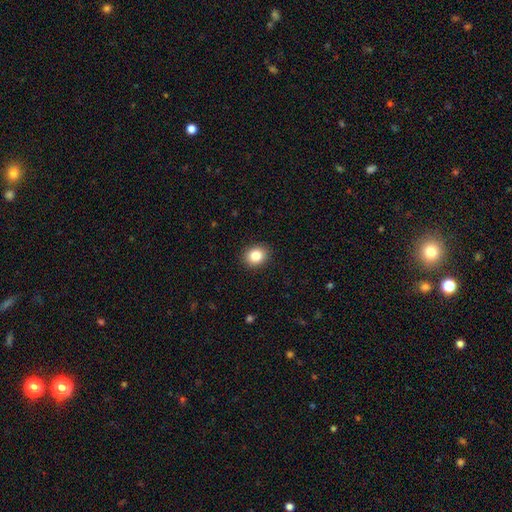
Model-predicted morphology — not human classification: smooth_or_featured: smooth (p=0.84) [alt: star or artifact p=0.10]
how_rounded: round (p=0.67) [alt: in between p=0.32]
merging: none (p=0.91) [alt: minor disturbance p=0.06]